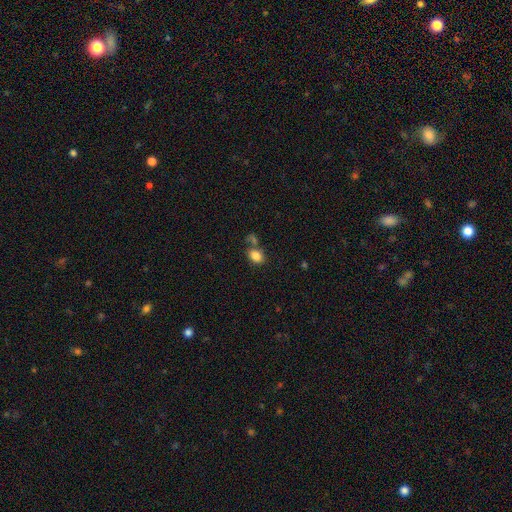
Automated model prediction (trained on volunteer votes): Q: Smooth or featured?
A: smooth (84%); runner-up: star or artifact (9%)
Q: How rounded?
A: in between (73%); runner-up: round (26%)
Q: Merging?
A: none (54%); runner-up: merger (25%)